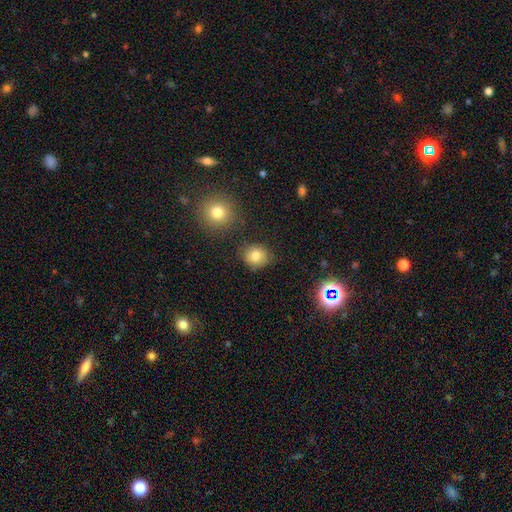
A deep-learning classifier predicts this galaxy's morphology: smooth-or-featured: smooth: 79% | star or artifact: 12% | featured or disk: 10%
  how-rounded: round: 70% | in between: 29% | cigar-shaped: 1%
  merging: none: 78% | minor disturbance: 15% | major disturbance: 4% | merger: 4%